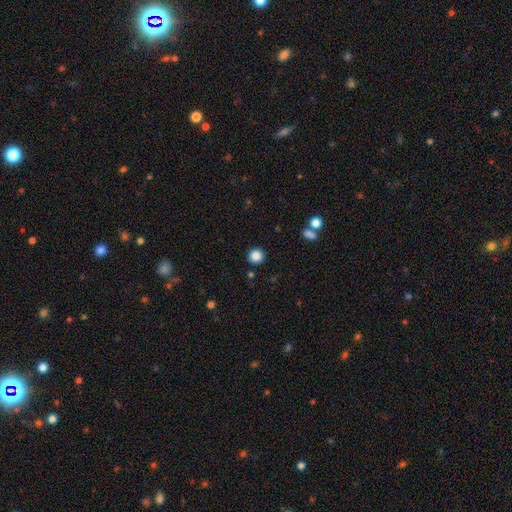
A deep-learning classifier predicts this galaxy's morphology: A smooth galaxy with no disk features (86%) that is round (93%).

Vote fractions:
- Smooth or featured? smooth: 86% / star or artifact: 10% / featured or disk: 4%
- How rounded? round: 93% / in between: 6% / cigar-shaped: 1%
- Merging? none: 91% / minor disturbance: 5% / merger: 2% / major disturbance: 2%